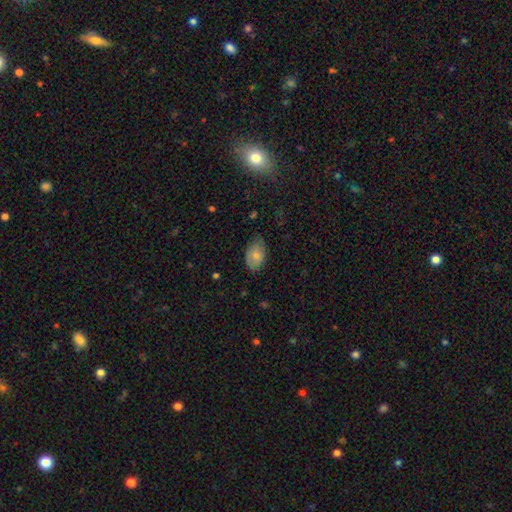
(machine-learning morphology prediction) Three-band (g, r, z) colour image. It shows a smooth galaxy with no disk features (76%) that is in between round and cigar-shaped (88%). Merging: none (63%).